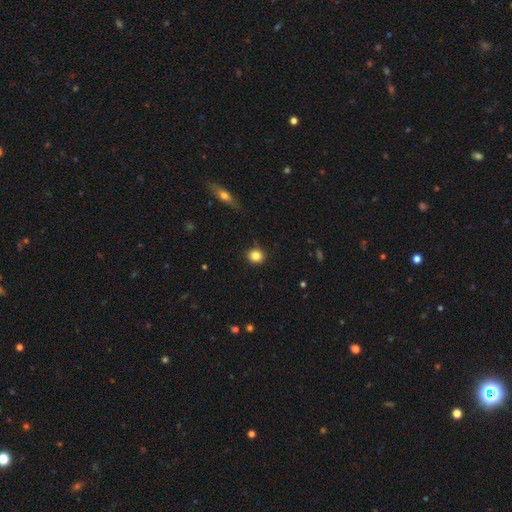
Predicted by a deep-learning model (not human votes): Morphology: type=smooth (83%); roundness=round (88%); merging=none (90%).